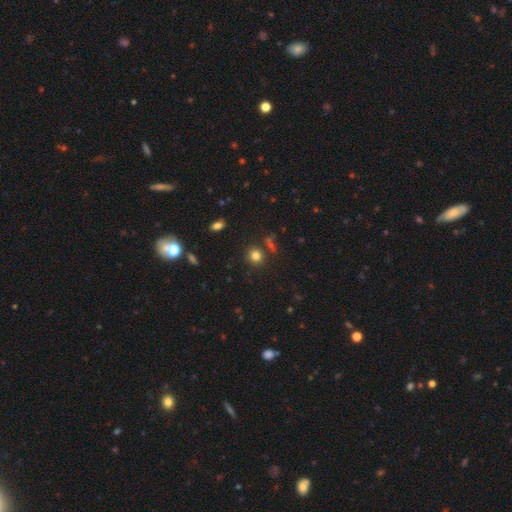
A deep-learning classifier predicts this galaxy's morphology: Smooth or featured?
  - smooth: 79% *
  - star or artifact: 15%
  - featured or disk: 6%
How rounded?
  - round: 86% *
  - in between: 13%
  - cigar-shaped: 1%
Merging?
  - none: 82% *
  - minor disturbance: 8%
  - merger: 6%
  - major disturbance: 3%